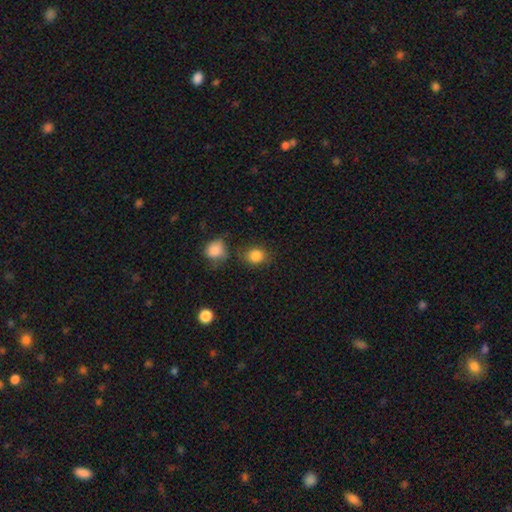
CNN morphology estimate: smooth-or-featured: smooth: 85% | star or artifact: 10% | featured or disk: 5%
  how-rounded: round: 64% | in between: 34% | cigar-shaped: 1%
  merging: none: 73% | minor disturbance: 15% | merger: 8% | major disturbance: 5%